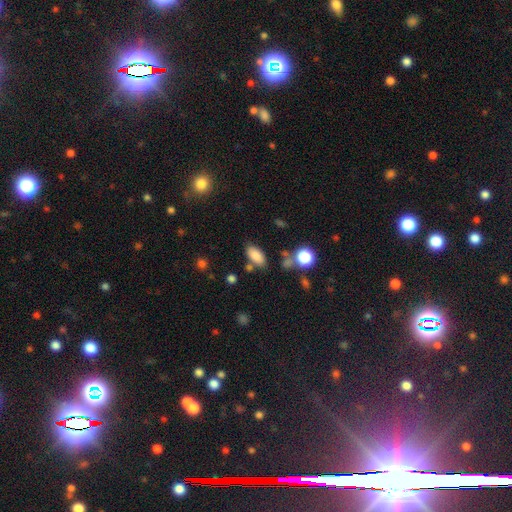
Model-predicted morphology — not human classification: smooth 83%, star or artifact 9%, featured or disk 8%. Down the decision tree: how rounded — in between (90%); merging — none (74%).